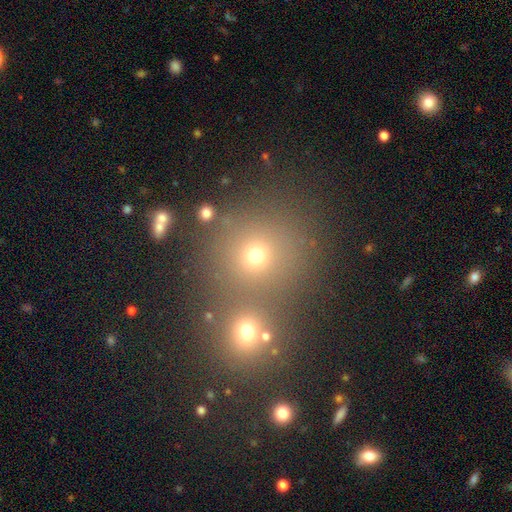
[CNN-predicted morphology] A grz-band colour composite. It shows a smooth galaxy with no disk features (64%) that is round (88%). Merging: none (56%).